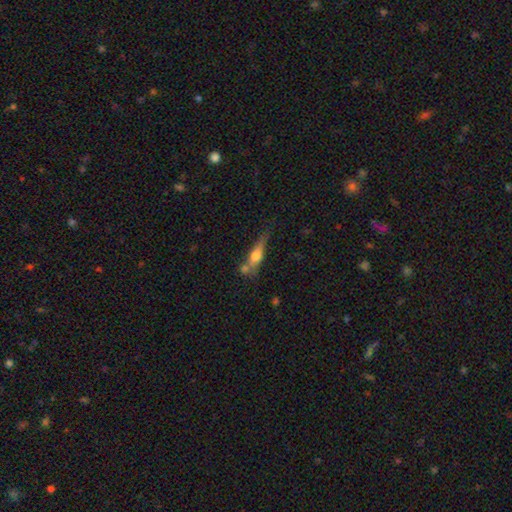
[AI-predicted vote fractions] Smooth or featured: smooth — 51% (featured or disk — 41%)
How rounded: cigar-shaped — 64% (in between — 32%)
Merging: none — 43% (merger — 25%)